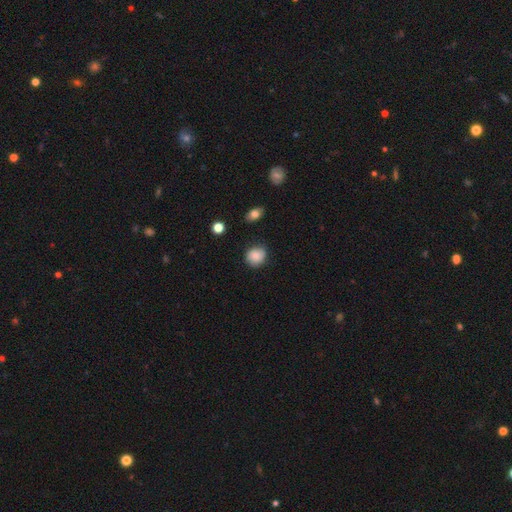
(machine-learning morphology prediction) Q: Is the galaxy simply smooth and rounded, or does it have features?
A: smooth — 85%.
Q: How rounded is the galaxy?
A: round — 77%.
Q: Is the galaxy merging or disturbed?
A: none — 80%.